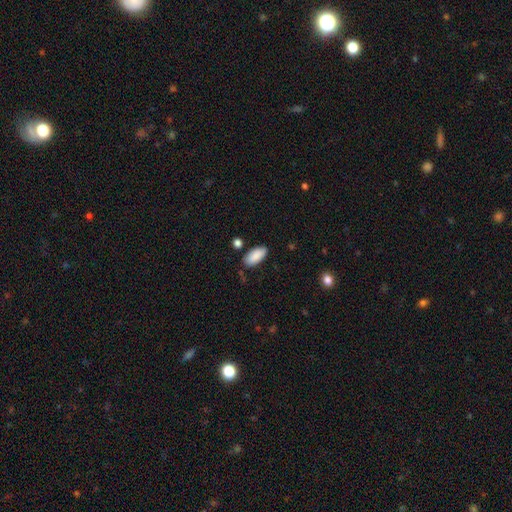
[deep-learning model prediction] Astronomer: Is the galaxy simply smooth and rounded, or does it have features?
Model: smooth — 89%.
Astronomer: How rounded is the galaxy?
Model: in between — 91%.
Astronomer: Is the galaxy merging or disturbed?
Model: none — 81%.